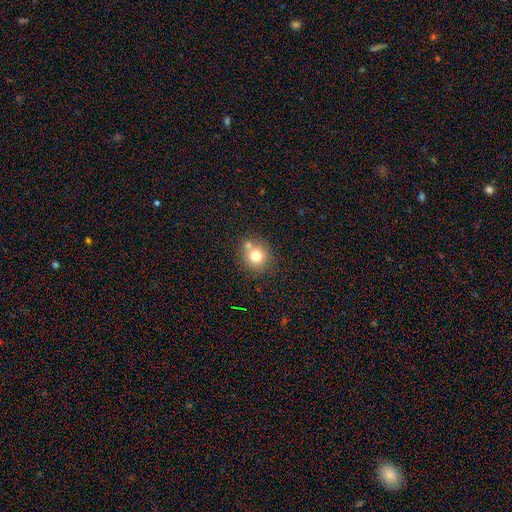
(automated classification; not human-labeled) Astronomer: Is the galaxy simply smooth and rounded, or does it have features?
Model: smooth — 76%.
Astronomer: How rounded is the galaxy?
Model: round — 88%.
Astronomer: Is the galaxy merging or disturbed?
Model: none — 60%.